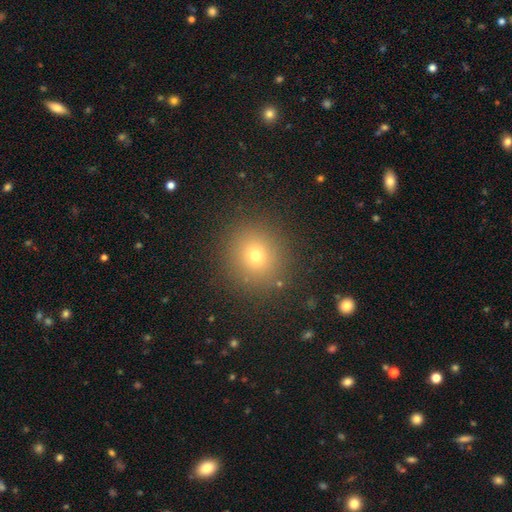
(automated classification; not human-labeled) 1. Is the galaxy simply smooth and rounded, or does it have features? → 72% smooth, 18% star or artifact, 10% featured or disk.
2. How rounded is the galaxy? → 89% round, 10% in between, 1% cigar-shaped.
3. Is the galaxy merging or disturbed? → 88% none, 7% minor disturbance, 3% major disturbance, 1% merger.